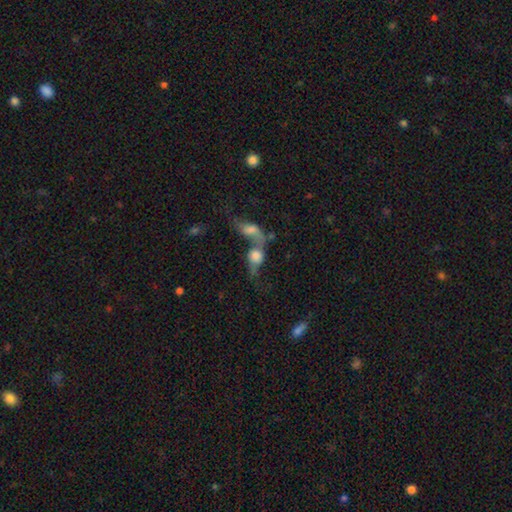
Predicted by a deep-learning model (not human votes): A smooth galaxy with no disk features (46%).

Vote fractions:
- Smooth or featured? smooth: 46% / featured or disk: 43% / star or artifact: 11%
- Merging? merger: 74% / none: 11% / major disturbance: 9% / minor disturbance: 5%